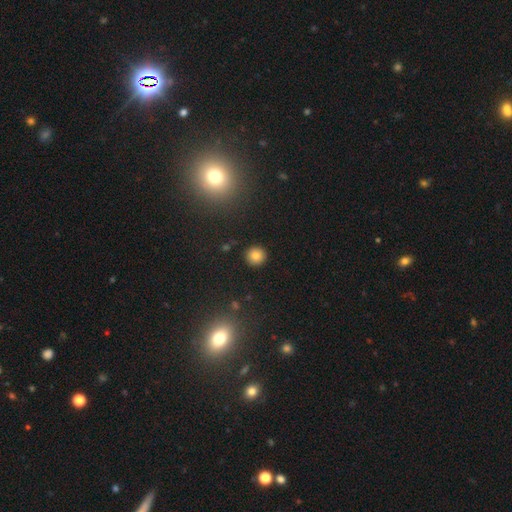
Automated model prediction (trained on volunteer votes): Q: Smooth or featured?
A: smooth (80%); runner-up: star or artifact (13%)
Q: How rounded?
A: round (94%); runner-up: in between (5%)
Q: Merging?
A: none (91%); runner-up: minor disturbance (6%)